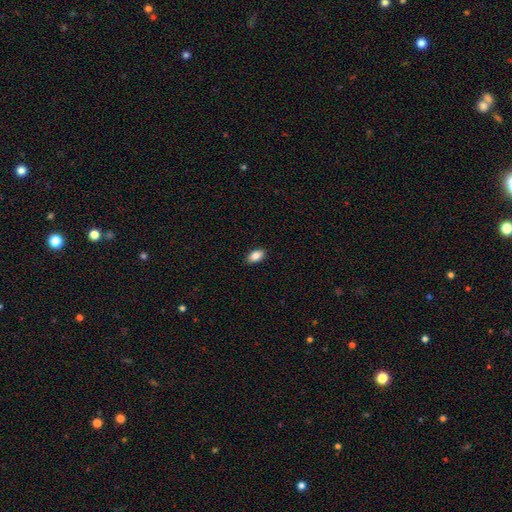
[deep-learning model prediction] A smooth galaxy with no disk features (85%) that is in between round and cigar-shaped (91%).

Vote fractions:
- Smooth or featured? smooth: 85% / star or artifact: 8% / featured or disk: 7%
- How rounded? in between: 91% / round: 7% / cigar-shaped: 2%
- Merging? none: 89% / minor disturbance: 8% / major disturbance: 2% / merger: 1%